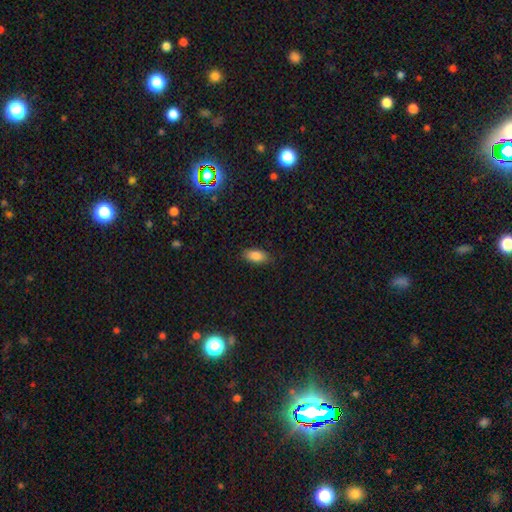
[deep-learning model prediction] Overall: smooth (85%). How rounded: in between (88%). Merging: none (85%).